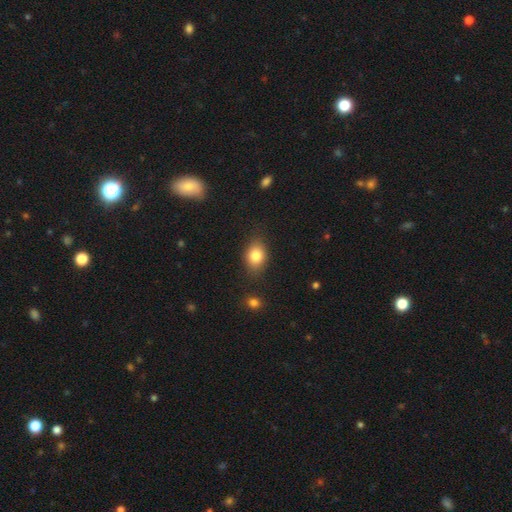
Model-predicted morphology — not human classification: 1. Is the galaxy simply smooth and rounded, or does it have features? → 82% smooth, 9% star or artifact, 9% featured or disk.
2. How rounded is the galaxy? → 66% in between, 32% round, 2% cigar-shaped.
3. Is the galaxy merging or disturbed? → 77% none, 17% minor disturbance, 4% major disturbance, 2% merger.